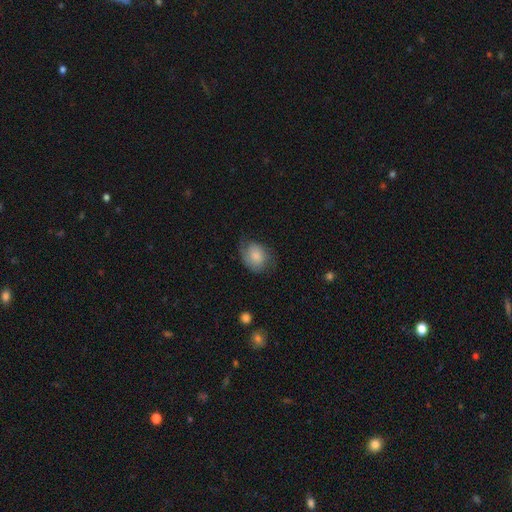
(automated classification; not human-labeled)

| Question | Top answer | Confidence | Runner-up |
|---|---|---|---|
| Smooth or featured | smooth | 54% | featured or disk (39%) |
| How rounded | in between | 67% | round (32%) |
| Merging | none | 57% | minor disturbance (28%) |